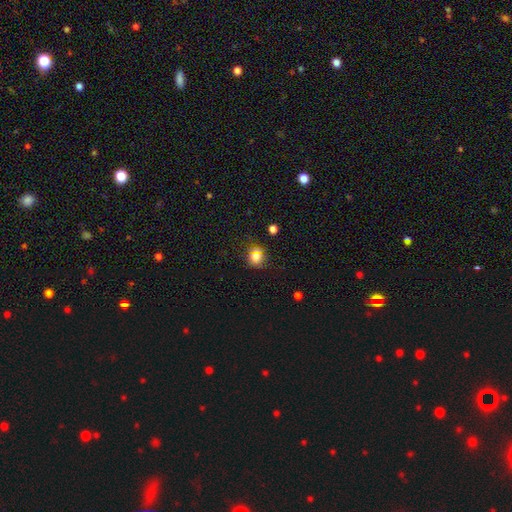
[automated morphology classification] The model was most divided on "smooth or featured": smooth: 65%, star or artifact: 26%, featured or disk: 8%. More confident: how rounded — round (83%); merging — none (81%).